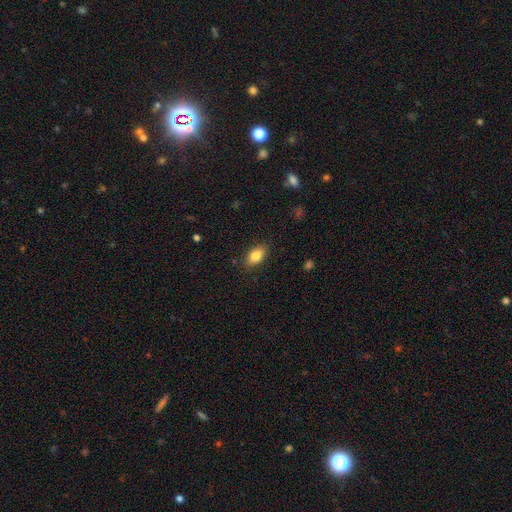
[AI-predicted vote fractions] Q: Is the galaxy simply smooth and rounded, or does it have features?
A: smooth — 85%.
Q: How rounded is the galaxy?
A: in between — 90%.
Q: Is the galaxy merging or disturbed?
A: none — 87%.